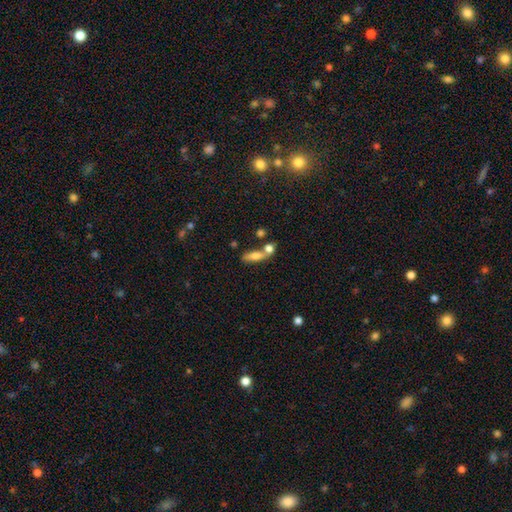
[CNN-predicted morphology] A smooth galaxy with no disk features (70%) that is in between round and cigar-shaped (53%).

Vote fractions:
- Smooth or featured? smooth: 70% / featured or disk: 21% / star or artifact: 9%
- How rounded? in between: 53% / cigar-shaped: 40% / round: 6%
- Merging? none: 46% / merger: 35% / minor disturbance: 13% / major disturbance: 6%